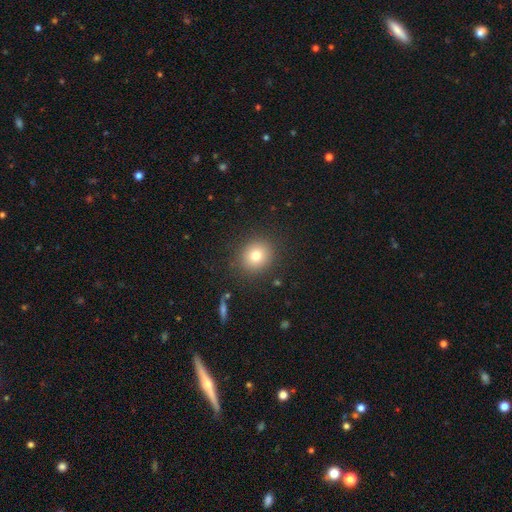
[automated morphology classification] The model was most divided on "smooth or featured": smooth: 77%, star or artifact: 12%, featured or disk: 11%. More confident: merging — none (88%); how rounded — round (83%).